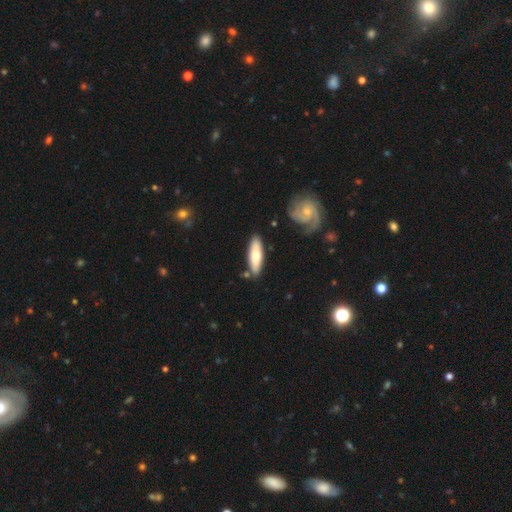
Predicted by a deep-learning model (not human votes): Overall: smooth (67%; featured or disk 28%). How rounded: cigar-shaped (58%; in between 41%). Merging: none (80%).